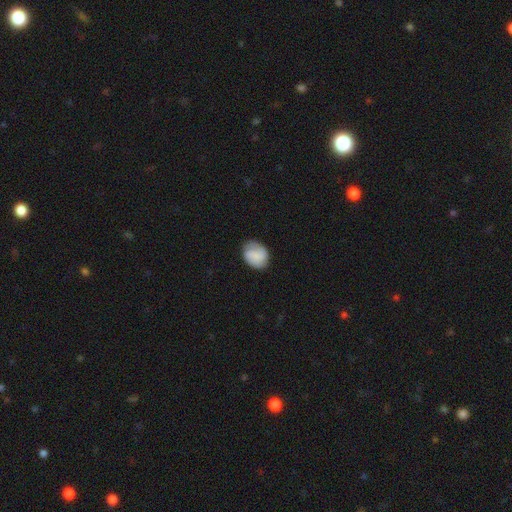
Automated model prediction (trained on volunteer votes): A smooth galaxy with no disk features (64%) that is in between round and cigar-shaped (56%). Merging: none (73%).